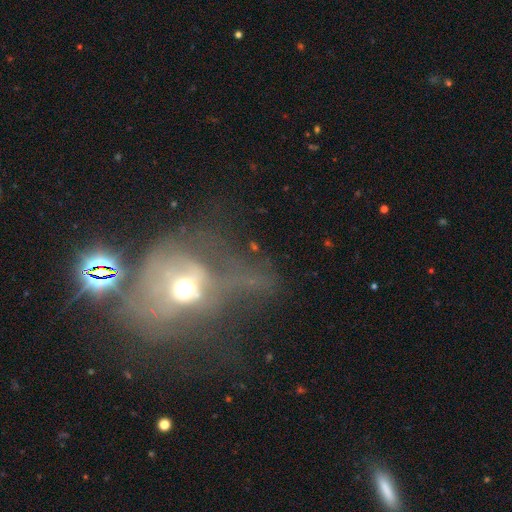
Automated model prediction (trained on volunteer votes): The model was most divided on "merging": major disturbance: 39%, none: 26%, merger: 20%, minor disturbance: 15%. Remaining: smooth or featured — featured or disk (46%).